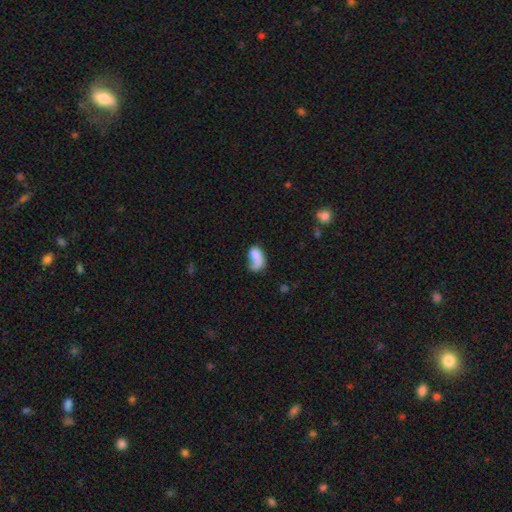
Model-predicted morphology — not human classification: A smooth galaxy with no disk features (59%) that is in between round and cigar-shaped (84%). Merging: major disturbance (36%).